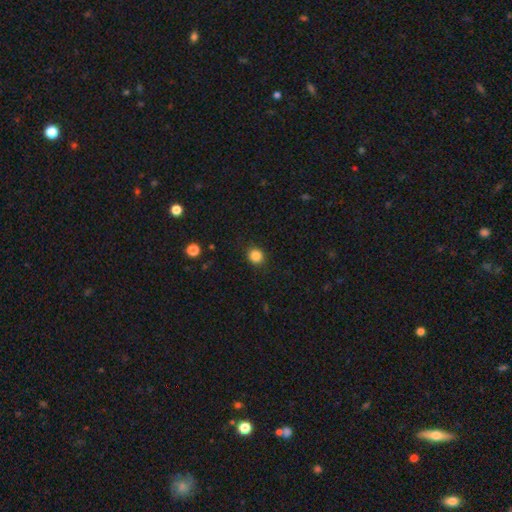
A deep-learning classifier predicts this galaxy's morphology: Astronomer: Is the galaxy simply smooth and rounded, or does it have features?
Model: smooth — 86%.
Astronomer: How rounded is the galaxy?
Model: round — 80%.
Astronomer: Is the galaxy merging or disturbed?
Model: none — 89%.